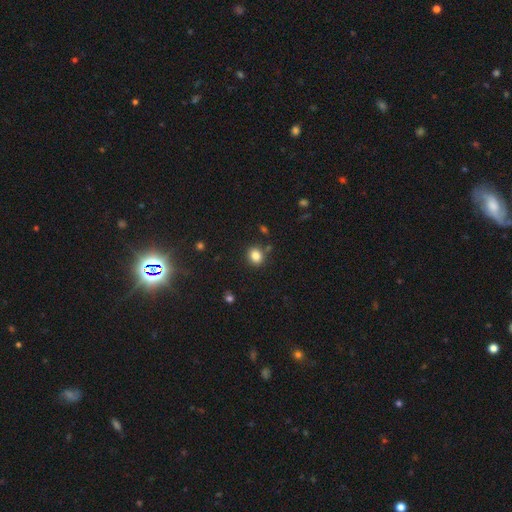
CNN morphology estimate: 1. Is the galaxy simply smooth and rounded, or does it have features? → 83% smooth, 11% star or artifact, 6% featured or disk.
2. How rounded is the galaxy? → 63% round, 36% in between, 1% cigar-shaped.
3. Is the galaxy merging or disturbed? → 83% none, 10% minor disturbance, 5% merger, 3% major disturbance.